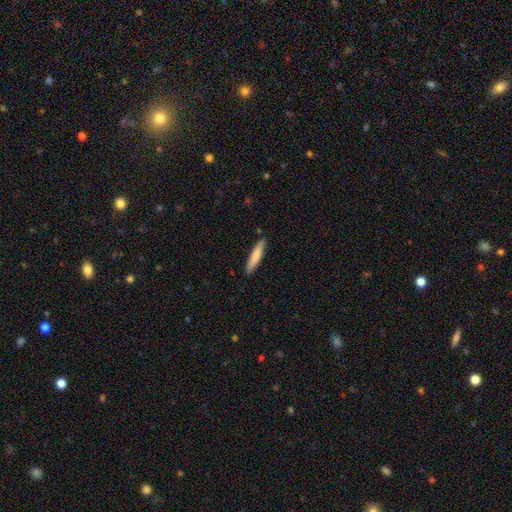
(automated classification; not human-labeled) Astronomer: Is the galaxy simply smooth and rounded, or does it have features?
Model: smooth — 77%.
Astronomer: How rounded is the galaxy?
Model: cigar-shaped — 91%.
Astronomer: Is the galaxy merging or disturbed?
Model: none — 88%.